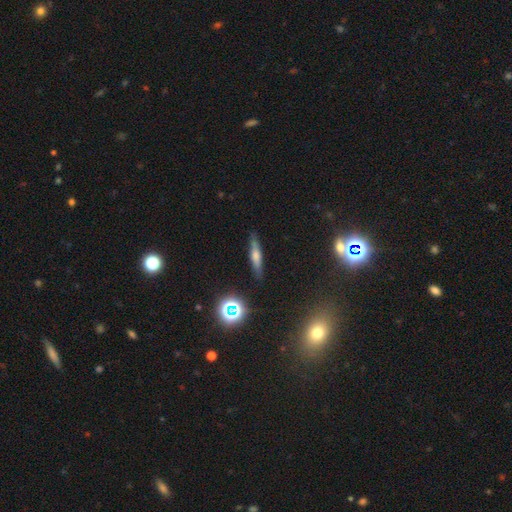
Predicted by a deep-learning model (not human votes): Smooth or featured: smooth — 47% (featured or disk — 39%)
Merging: none — 88% (minor disturbance — 9%)